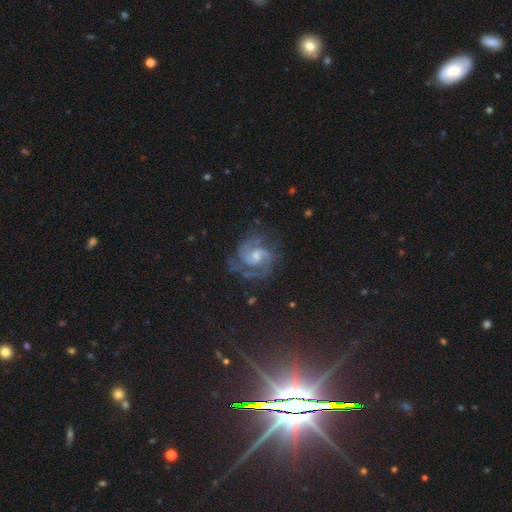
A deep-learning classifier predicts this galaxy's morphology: smooth-or-featured: featured or disk: 83% | star or artifact: 11% | smooth: 6%
  disk-edge-on: no: 98% | yes: 2%
    bar: no: 47% | weak: 43% | strong: 10%
    has-spiral-arms: yes: 97% | no: 3%
      spiral-winding: medium: 49% | tight: 42% | loose: 9%
      spiral-arm-count: 2: 51% | 3: 23% | can't tell: 12% | 4: 5% | 1: 5% | more than 4: 4%
    bulge-size: moderate: 51% | small: 38% | large: 5% | none: 4% | dominant: 1%
  merging: none: 73% | minor disturbance: 16% | major disturbance: 9% | merger: 2%